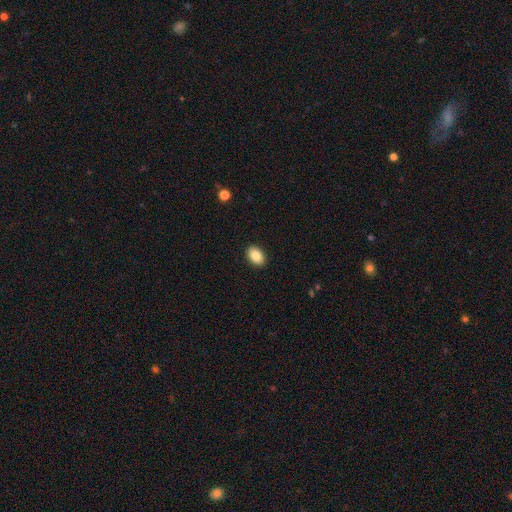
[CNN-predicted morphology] Q: Smooth or featured?
A: smooth (87%); runner-up: star or artifact (8%)
Q: How rounded?
A: in between (88%); runner-up: round (11%)
Q: Merging?
A: none (91%); runner-up: minor disturbance (7%)